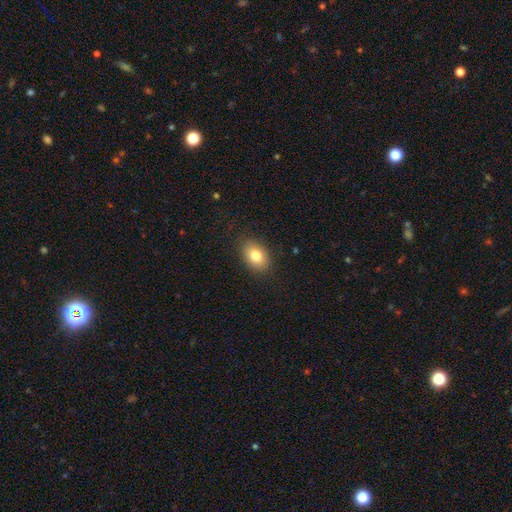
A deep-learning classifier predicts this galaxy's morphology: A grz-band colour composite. It shows a smooth galaxy with no disk features (80%) that is in between round and cigar-shaped (80%). Merging: none (86%).